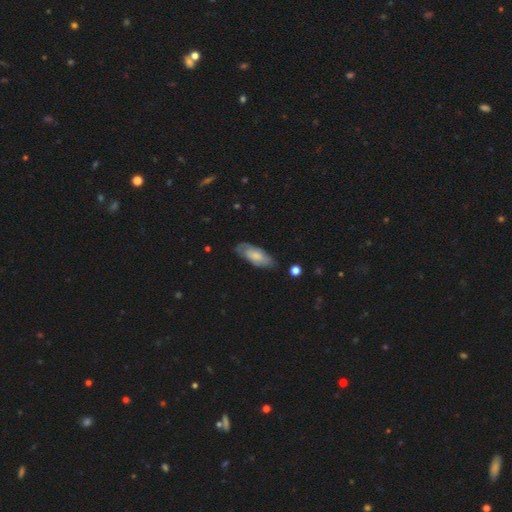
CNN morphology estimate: Smooth or featured: smooth — 52% (featured or disk — 42%)
How rounded: in between — 83% (cigar-shaped — 15%)
Merging: none — 67% (minor disturbance — 23%)